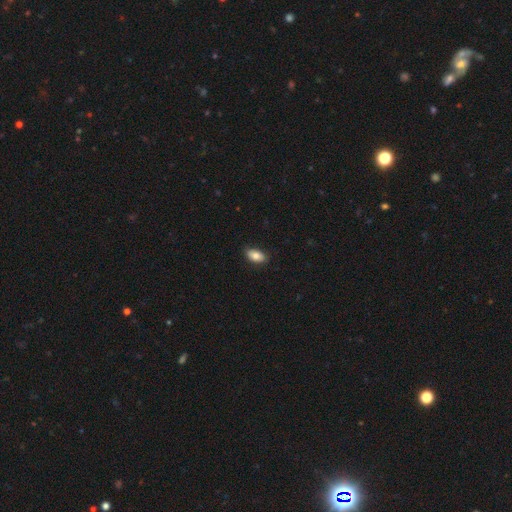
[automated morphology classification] This appears to be a smooth galaxy with no disk features (81%) that is in between round and cigar-shaped (93%). Merging: none (83%).